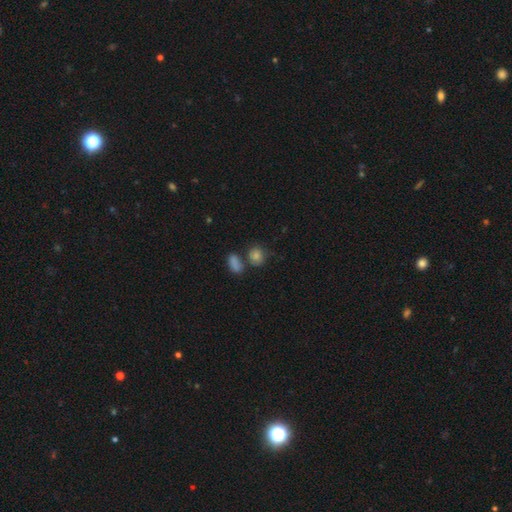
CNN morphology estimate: Smooth or featured? Predicted: smooth (p=0.74). How rounded? Predicted: round (p=0.67). Merging? Predicted: none (p=0.57).